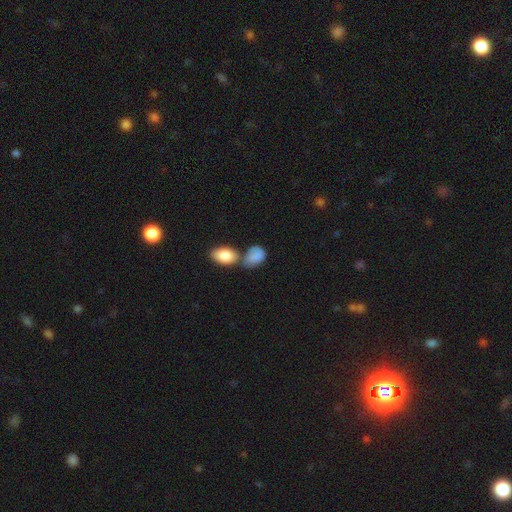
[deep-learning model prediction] Morphology: type=smooth (82%); roundness=in between (84%); merging=merger (43%).